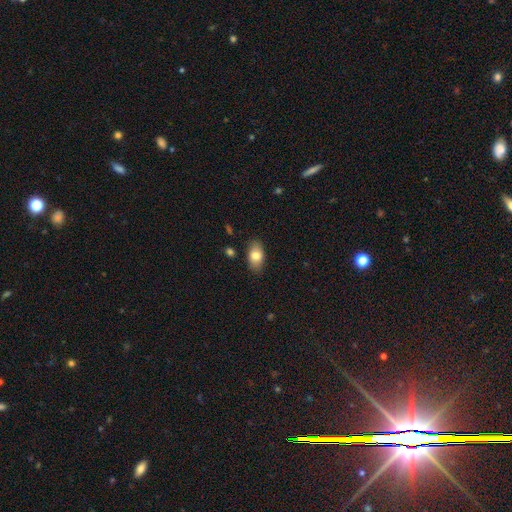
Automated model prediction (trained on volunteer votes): This appears to be a smooth galaxy with no disk features (80%) that is in between round and cigar-shaped (91%). Merging: none (85%).